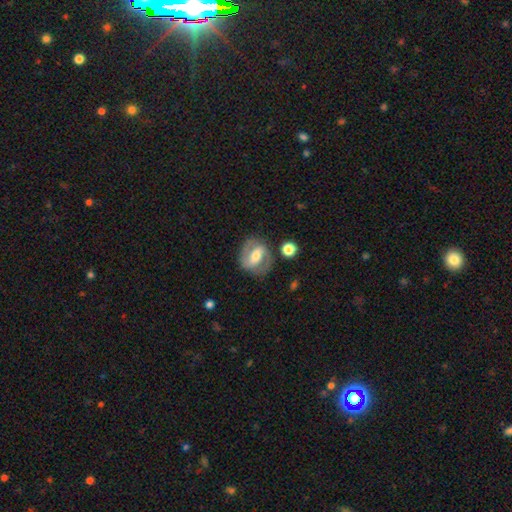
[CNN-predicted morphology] featured or disk 71%, smooth 23%, star or artifact 6%. Down the decision tree: edge-on disk — no (96%); bar — strong (50%); spiral arms — yes (81%); spiral arm count — 2 (87%); spiral winding — medium (49%); bulge size — moderate (65%); merging — none (79%).